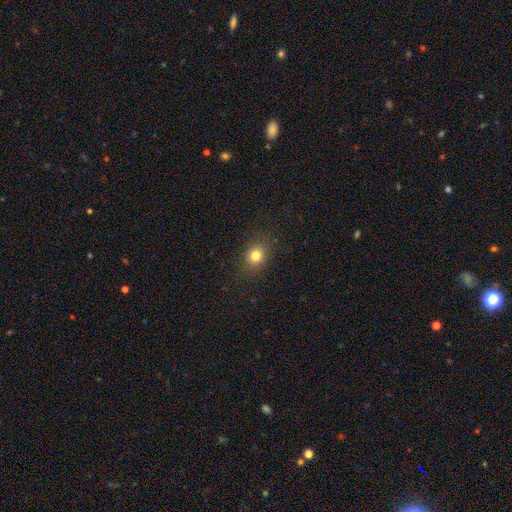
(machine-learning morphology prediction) Smooth or featured: smooth — 80% (star or artifact — 13%)
How rounded: round — 65% (in between — 34%)
Merging: none — 87% (minor disturbance — 9%)